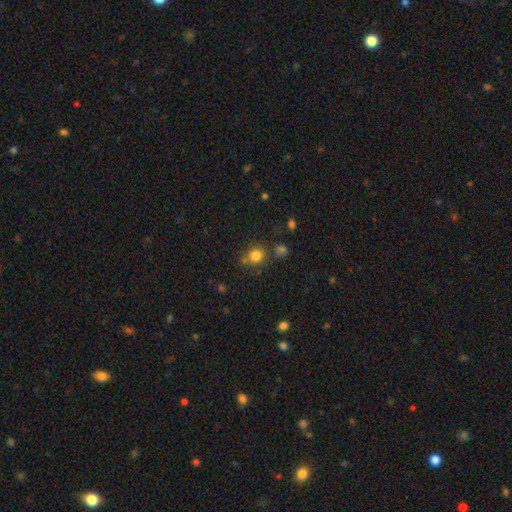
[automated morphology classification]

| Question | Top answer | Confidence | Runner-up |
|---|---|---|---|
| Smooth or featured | smooth | 81% | star or artifact (13%) |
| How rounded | round | 84% | in between (15%) |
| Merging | none | 72% | minor disturbance (12%) |